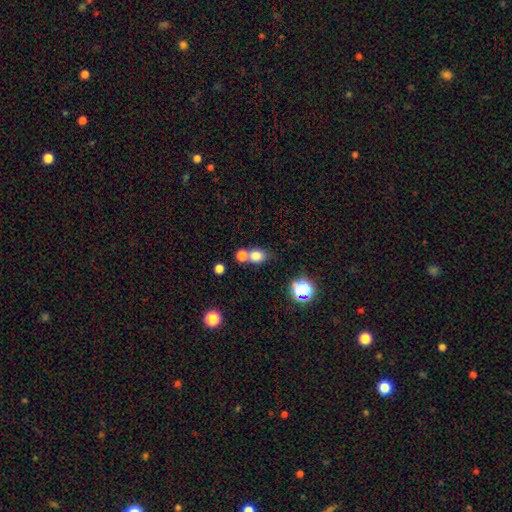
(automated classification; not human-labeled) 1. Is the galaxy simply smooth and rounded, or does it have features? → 77% smooth, 14% star or artifact, 9% featured or disk.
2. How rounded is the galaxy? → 53% round, 46% in between, 2% cigar-shaped.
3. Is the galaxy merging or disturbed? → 47% none, 39% merger, 9% minor disturbance, 4% major disturbance.